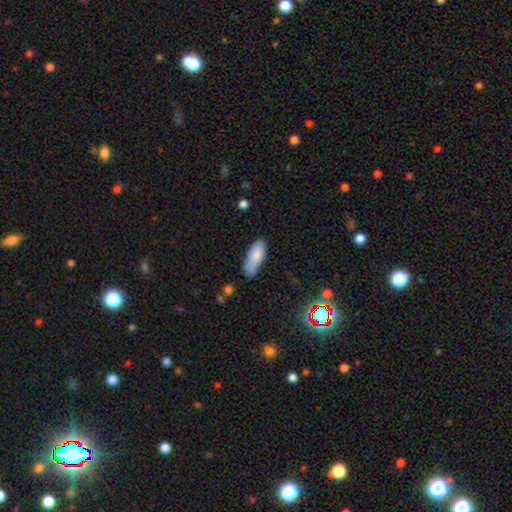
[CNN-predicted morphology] Smooth or featured? Predicted: smooth (p=0.83). How rounded? Predicted: in between (p=0.73). Merging? Predicted: none (p=0.63).